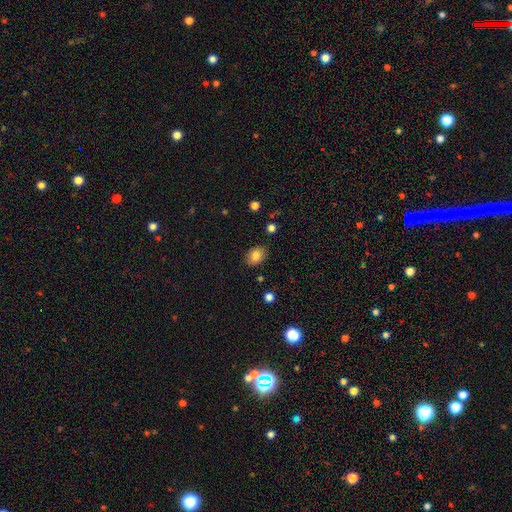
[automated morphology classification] The model was most divided on "how rounded": in between: 70%, round: 29%, cigar-shaped: 1%. More confident: merging — none (85%); smooth or featured — smooth (84%).